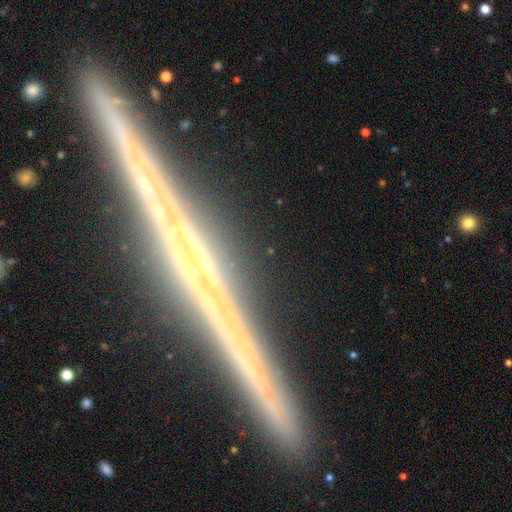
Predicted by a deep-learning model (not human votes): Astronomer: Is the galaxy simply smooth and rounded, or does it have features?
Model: featured or disk — 77%.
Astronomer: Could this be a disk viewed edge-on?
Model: yes — 98%.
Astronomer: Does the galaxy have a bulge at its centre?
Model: none — 66%.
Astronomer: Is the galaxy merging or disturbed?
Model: none — 89%.